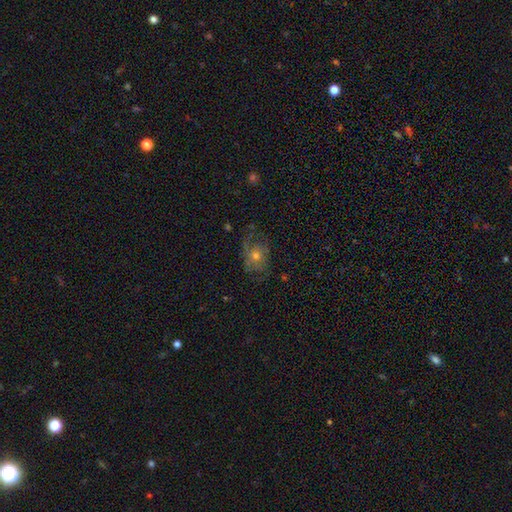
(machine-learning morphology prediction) Q: Smooth or featured?
A: featured or disk (51%); runner-up: smooth (35%)
Q: Edge-on disk?
A: no (95%); runner-up: yes (5%)
Q: Merging?
A: none (55%); runner-up: minor disturbance (23%)